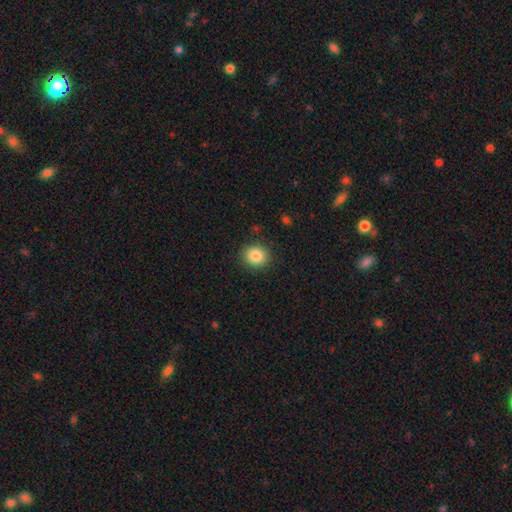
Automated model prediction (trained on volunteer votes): Smooth or featured? Predicted: smooth (p=0.85). How rounded? Predicted: round (p=0.80). Merging? Predicted: none (p=0.88).